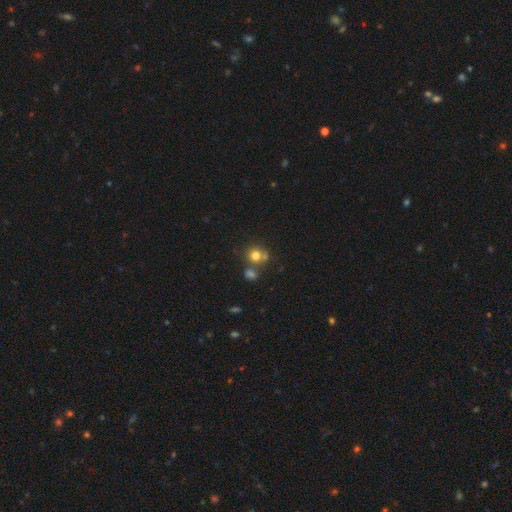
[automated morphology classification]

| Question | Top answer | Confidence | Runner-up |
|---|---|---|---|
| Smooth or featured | smooth | 75% | star or artifact (15%) |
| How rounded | round | 87% | in between (12%) |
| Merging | none | 59% | merger (27%) |